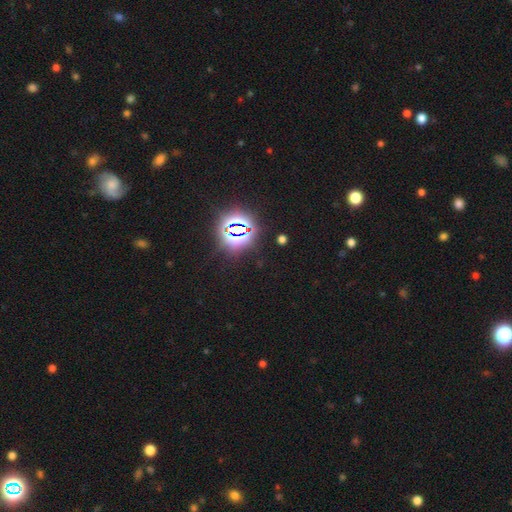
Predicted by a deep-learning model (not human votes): Smooth or featured? star or artifact (83%)